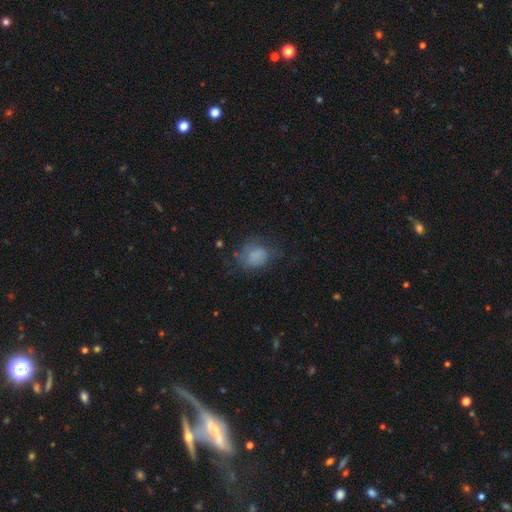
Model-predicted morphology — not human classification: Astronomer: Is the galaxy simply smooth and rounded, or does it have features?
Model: smooth — 74%.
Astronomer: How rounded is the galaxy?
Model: in between — 53% (runner-up: round, 46%).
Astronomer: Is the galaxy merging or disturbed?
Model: none — 53%.